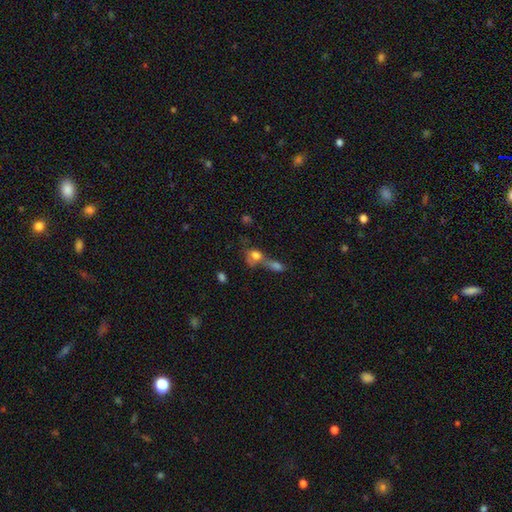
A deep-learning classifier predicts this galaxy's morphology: Smooth or featured? Predicted: smooth (p=0.70). How rounded? Predicted: in between (p=0.48). Merging? Predicted: merger (p=0.62).